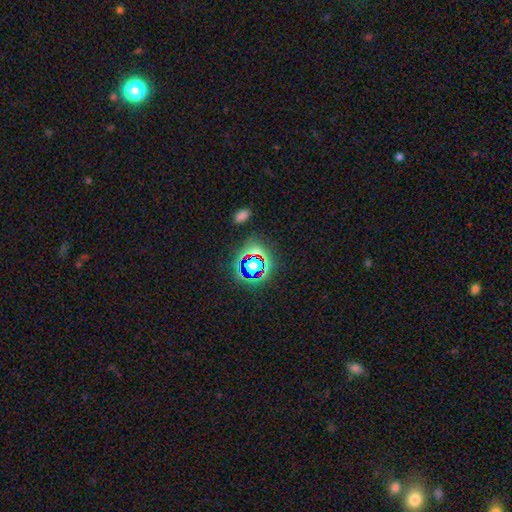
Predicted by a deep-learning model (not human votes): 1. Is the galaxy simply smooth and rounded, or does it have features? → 61% star or artifact, 28% smooth, 11% featured or disk.